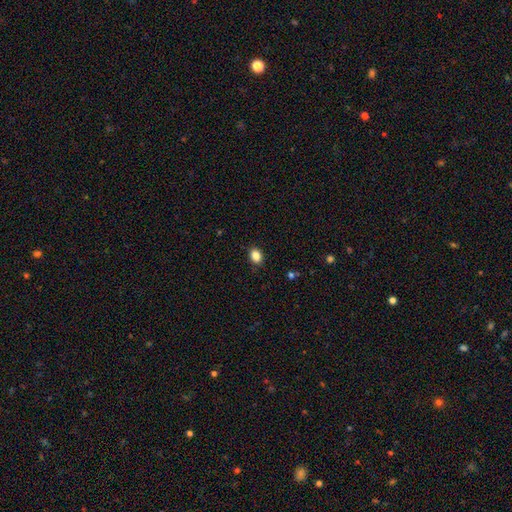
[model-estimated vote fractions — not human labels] smooth_or_featured: smooth (p=0.86) [alt: star or artifact p=0.10]
how_rounded: in between (p=0.68) [alt: round p=0.31]
merging: none (p=0.89) [alt: minor disturbance p=0.08]